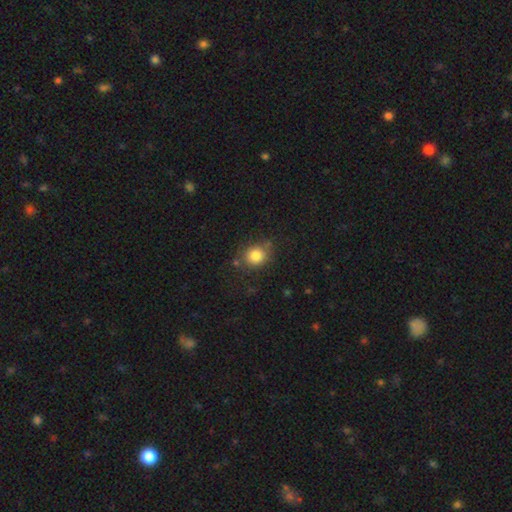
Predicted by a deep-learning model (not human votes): Smooth or featured? Predicted: smooth (p=0.83). How rounded? Predicted: round (p=0.73). Merging? Predicted: none (p=0.72).